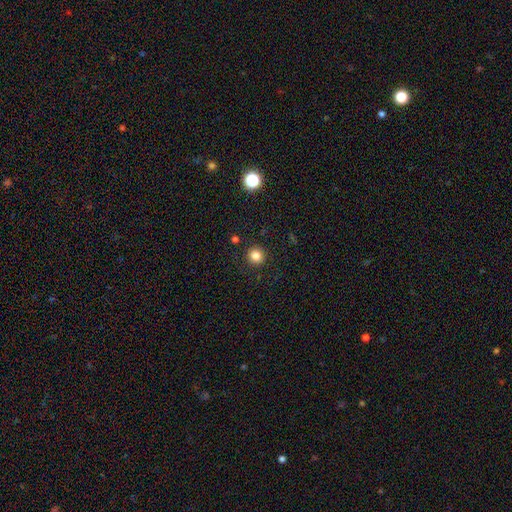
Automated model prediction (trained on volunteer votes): Smooth or featured: smooth — 82% (star or artifact — 12%)
How rounded: round — 92% (in between — 7%)
Merging: none — 91% (minor disturbance — 6%)